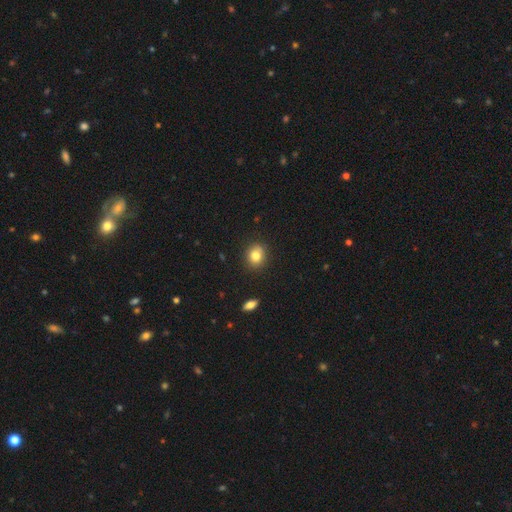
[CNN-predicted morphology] A smooth galaxy with no disk features (81%) that is round (72%). Merging: none (85%).